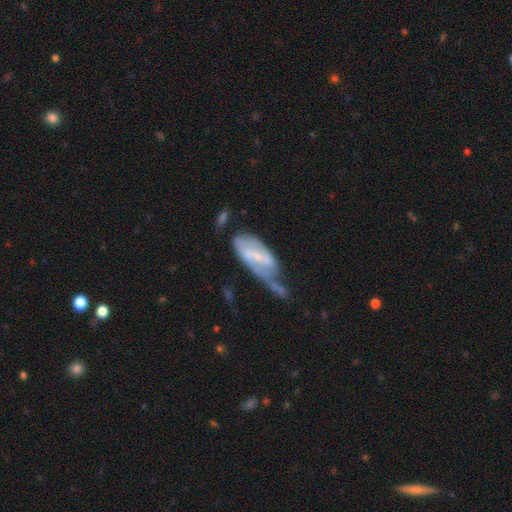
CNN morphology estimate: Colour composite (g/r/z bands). It shows a featured or disk galaxy (65%) with a weak bar (41%), spiral arms (72%) and a small central bulge (63%). Merging: major disturbance (33%).